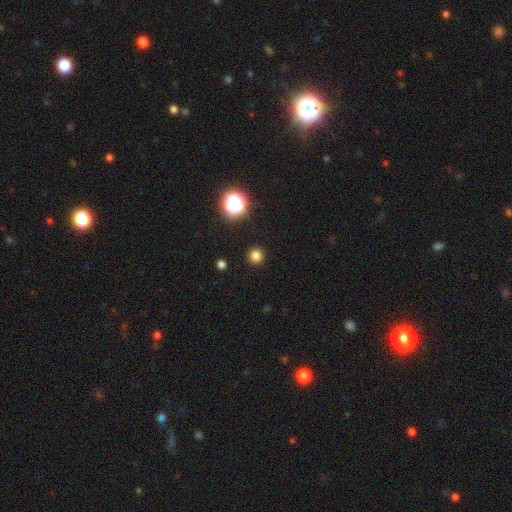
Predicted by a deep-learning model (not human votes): This appears to be a smooth galaxy with no disk features (79%) that is round (95%). Merging: none (92%).